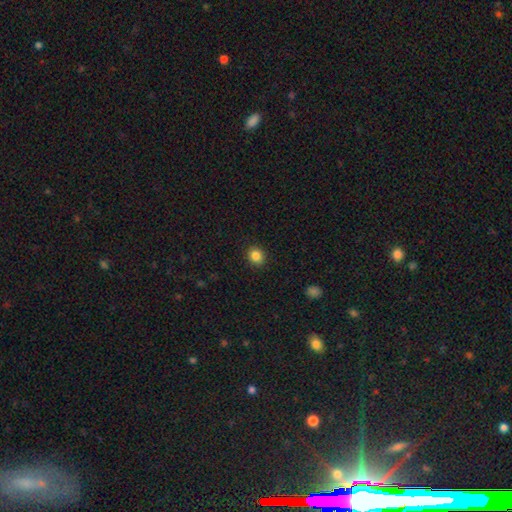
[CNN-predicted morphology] smooth_or_featured: smooth (p=0.85) [alt: star or artifact p=0.10]
how_rounded: round (p=0.66) [alt: in between p=0.33]
merging: none (p=0.90) [alt: minor disturbance p=0.07]